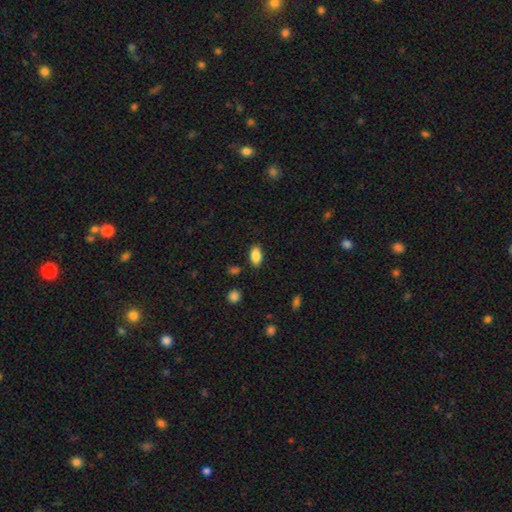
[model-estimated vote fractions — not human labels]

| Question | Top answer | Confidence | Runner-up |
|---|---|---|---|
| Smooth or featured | smooth | 87% | star or artifact (8%) |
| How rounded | in between | 92% | round (4%) |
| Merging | none | 85% | minor disturbance (10%) |